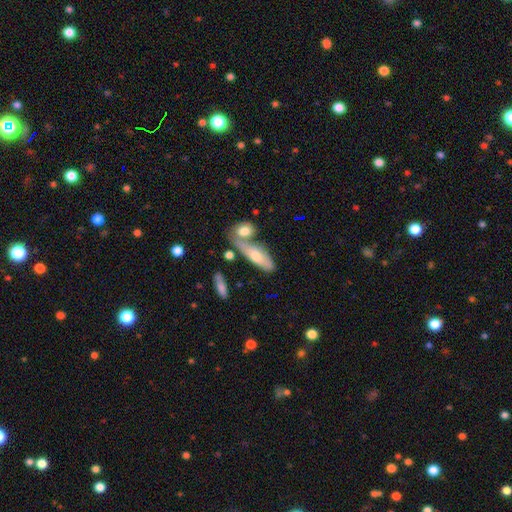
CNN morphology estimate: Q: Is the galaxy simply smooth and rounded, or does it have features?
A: smooth — 57%.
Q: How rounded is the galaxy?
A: in between — 53%.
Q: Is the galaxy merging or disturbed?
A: none — 46%.